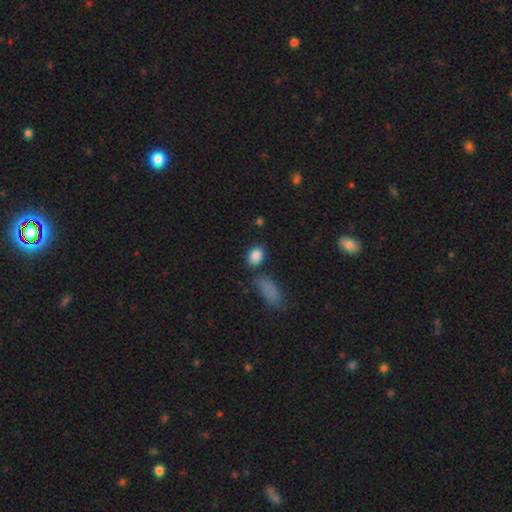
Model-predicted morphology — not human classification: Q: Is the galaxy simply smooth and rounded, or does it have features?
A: smooth — 87%.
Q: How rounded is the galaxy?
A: in between — 63%.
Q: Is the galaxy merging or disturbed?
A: none — 75%.